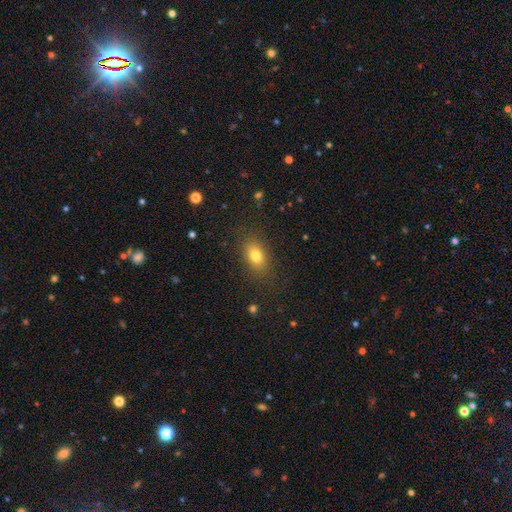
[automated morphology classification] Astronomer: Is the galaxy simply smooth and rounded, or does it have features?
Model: smooth — 79%.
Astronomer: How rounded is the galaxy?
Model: in between — 81%.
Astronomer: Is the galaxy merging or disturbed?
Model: none — 84%.